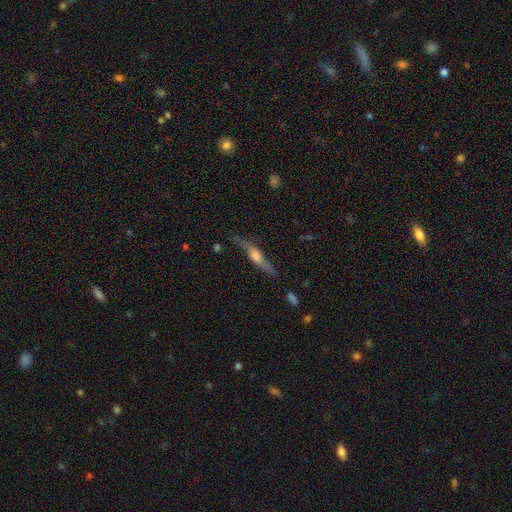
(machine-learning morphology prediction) Smooth or featured? Predicted: featured or disk (p=0.72). Edge-on disk? Predicted: yes (p=0.95). Edge-on bulge? Predicted: rounded (p=0.85). Merging? Predicted: none (p=0.80).